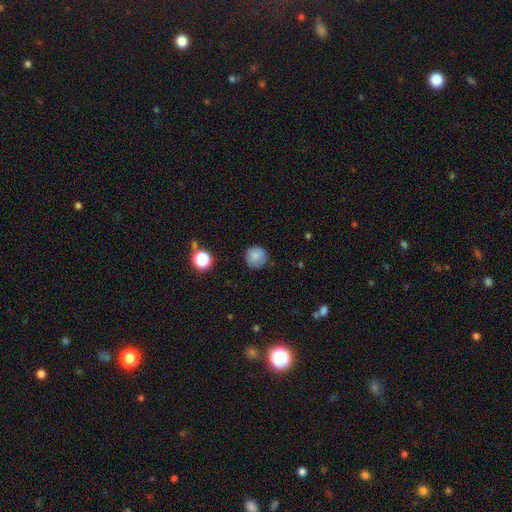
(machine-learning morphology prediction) A smooth galaxy with no disk features (81%) that is round (92%).

Vote fractions:
- Smooth or featured? smooth: 81% / star or artifact: 11% / featured or disk: 9%
- How rounded? round: 92% / in between: 7% / cigar-shaped: 1%
- Merging? none: 78% / minor disturbance: 16% / major disturbance: 4% / merger: 2%